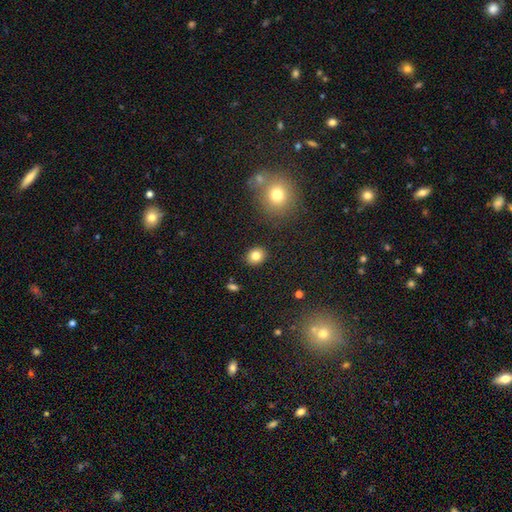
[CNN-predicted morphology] Smooth or featured?
  - smooth: 82% *
  - star or artifact: 11%
  - featured or disk: 8%
How rounded?
  - round: 66% *
  - in between: 33%
  - cigar-shaped: 1%
Merging?
  - none: 89% *
  - minor disturbance: 7%
  - major disturbance: 2%
  - merger: 2%